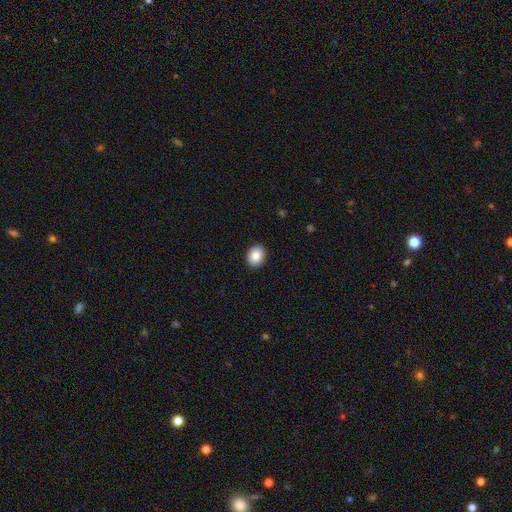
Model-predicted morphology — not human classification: smooth 86%, star or artifact 8%, featured or disk 6%. Down the decision tree: how rounded — in between (51%); merging — none (91%).